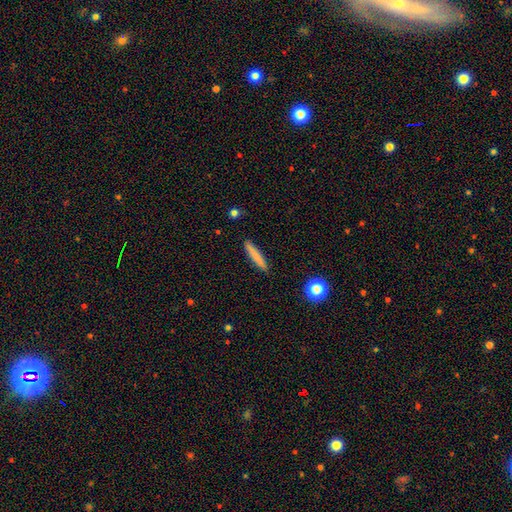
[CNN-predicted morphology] smooth 78%, featured or disk 15%, star or artifact 7%. Down the decision tree: how rounded — cigar-shaped (94%); merging — none (90%).